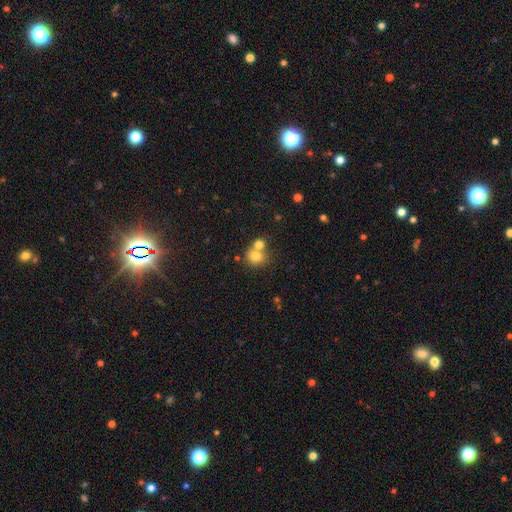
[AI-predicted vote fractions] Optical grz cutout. It shows a smooth galaxy with no disk features (76%) that is round (74%). Merging: merger (49%).